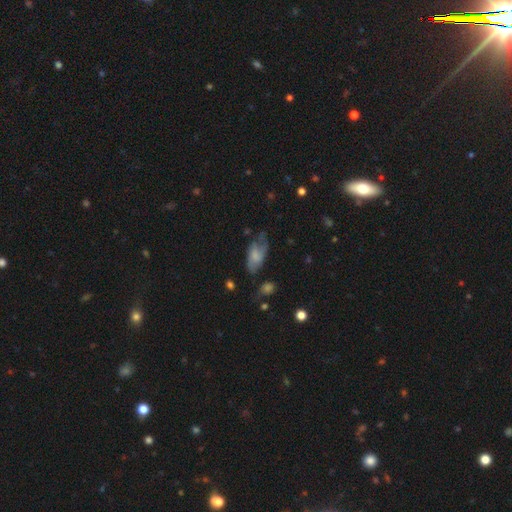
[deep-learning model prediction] smooth-or-featured: smooth: 54% | featured or disk: 38% | star or artifact: 8%
  how-rounded: in between: 90% | cigar-shaped: 6% | round: 4%
  merging: none: 43% | minor disturbance: 31% | major disturbance: 23% | merger: 3%